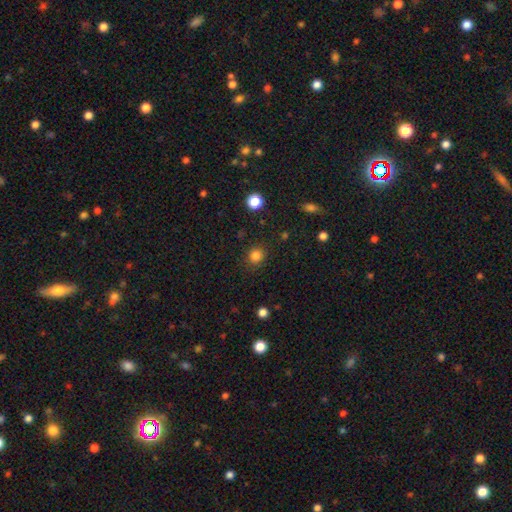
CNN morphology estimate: Smooth or featured?
  - smooth: 83% *
  - star or artifact: 14%
  - featured or disk: 4%
How rounded?
  - round: 87% *
  - in between: 13%
  - cigar-shaped: 1%
Merging?
  - none: 87% *
  - minor disturbance: 8%
  - major disturbance: 3%
  - merger: 1%